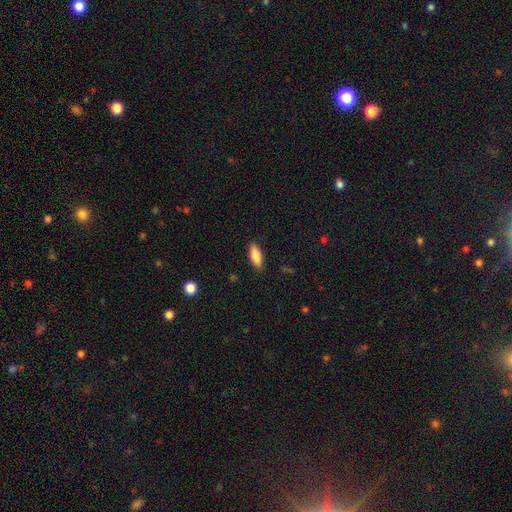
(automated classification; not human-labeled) This appears to be a smooth galaxy with no disk features (83%) that is in between round and cigar-shaped (74%). Merging: none (88%).